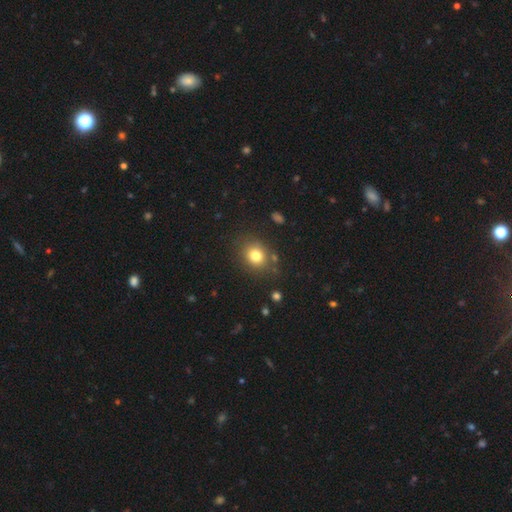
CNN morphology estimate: smooth_or_featured: smooth (p=0.78) [alt: star or artifact p=0.12]
how_rounded: round (p=0.66) [alt: in between p=0.33]
merging: none (p=0.80) [alt: minor disturbance p=0.12]